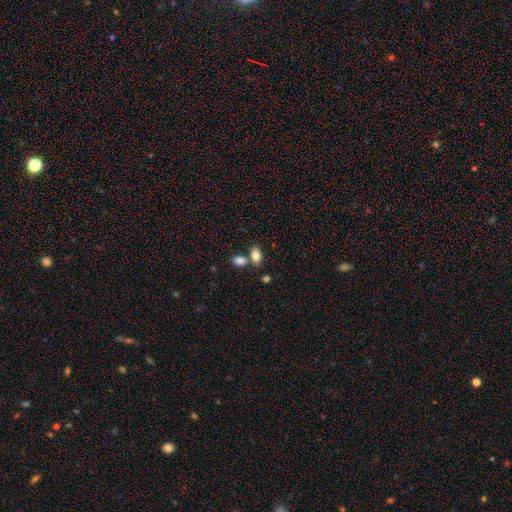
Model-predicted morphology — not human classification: Q: Smooth or featured?
A: smooth (83%); runner-up: featured or disk (9%)
Q: How rounded?
A: in between (89%); runner-up: round (9%)
Q: Merging?
A: none (59%); runner-up: merger (27%)